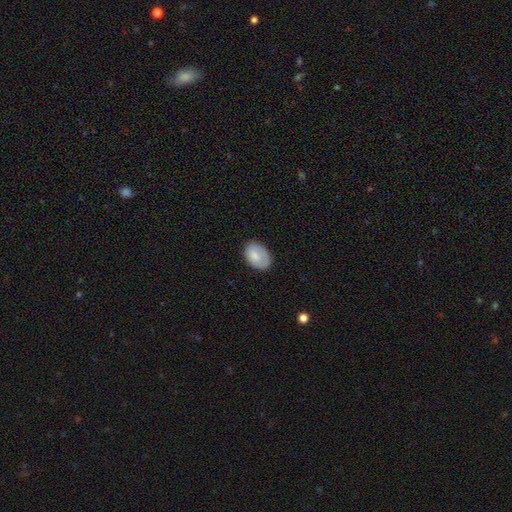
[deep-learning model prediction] smooth_or_featured: smooth (p=0.75) [alt: featured or disk p=0.19]
how_rounded: in between (p=0.85) [alt: round p=0.14]
merging: none (p=0.74) [alt: minor disturbance p=0.19]